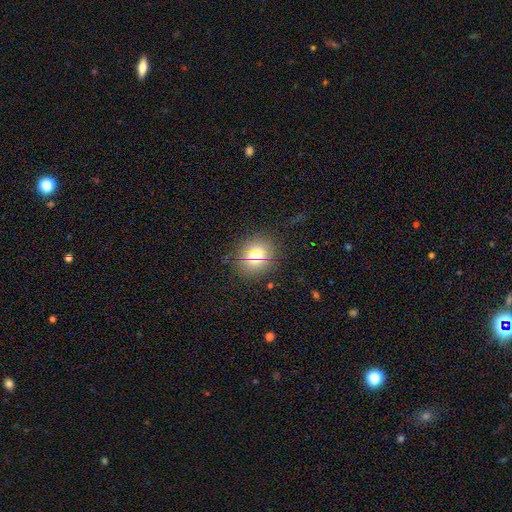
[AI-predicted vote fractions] The model was most divided on "smooth or featured": smooth: 68%, star or artifact: 18%, featured or disk: 13%. More confident: merging — none (87%); how rounded — round (79%).